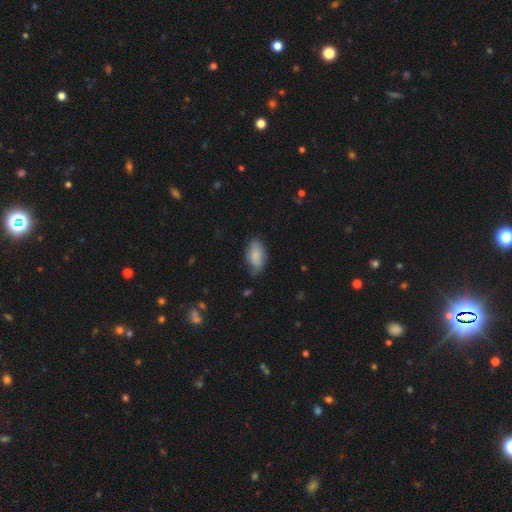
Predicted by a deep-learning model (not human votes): Smooth or featured? smooth (83%)
How rounded? in between (93%)
Merging? none (63%)